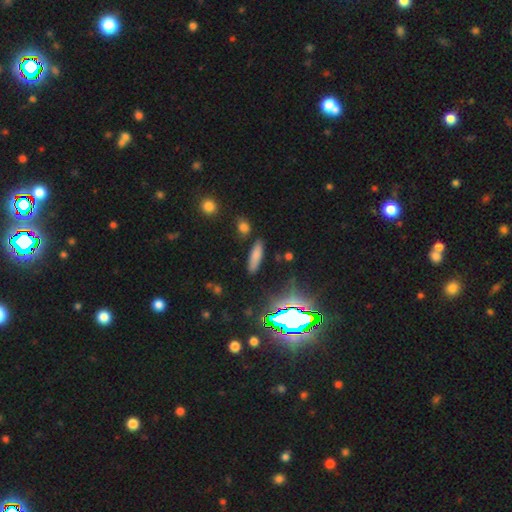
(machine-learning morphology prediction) This appears to be a smooth galaxy with no disk features (74%) that is cigar-shaped (63%). Merging: none (84%).